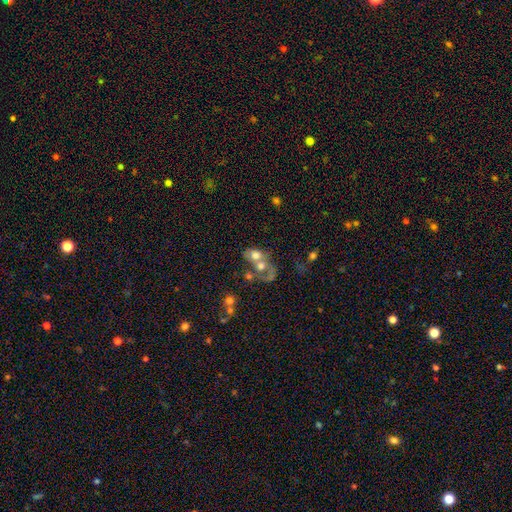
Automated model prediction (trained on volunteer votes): A smooth galaxy with no disk features (55%) that is in between round and cigar-shaped (58%). Merging: merger (67%).